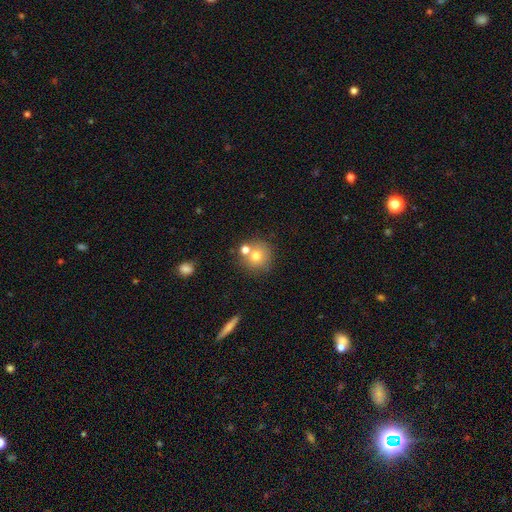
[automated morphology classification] Smooth or featured: smooth — 73% (featured or disk — 16%)
How rounded: round — 90% (in between — 9%)
Merging: none — 59% (merger — 28%)